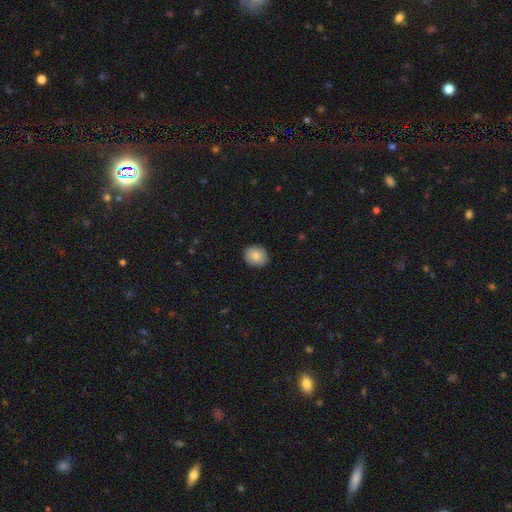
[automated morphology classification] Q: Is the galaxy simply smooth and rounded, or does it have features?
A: smooth — 83%.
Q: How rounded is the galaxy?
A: round — 69%.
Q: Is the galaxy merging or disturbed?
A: none — 89%.